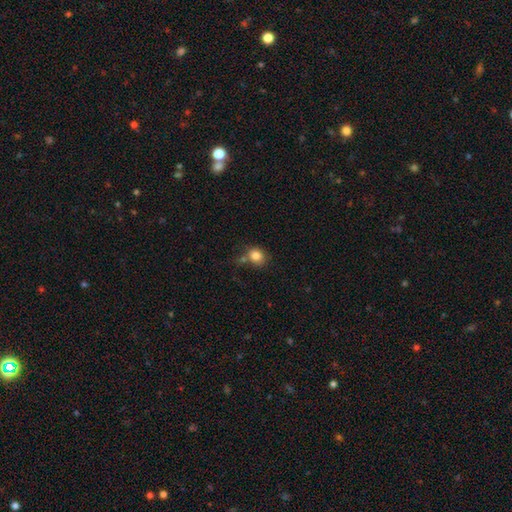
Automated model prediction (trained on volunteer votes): Smooth or featured: smooth — 83% (star or artifact — 10%)
How rounded: round — 70% (in between — 29%)
Merging: none — 60% (merger — 18%)